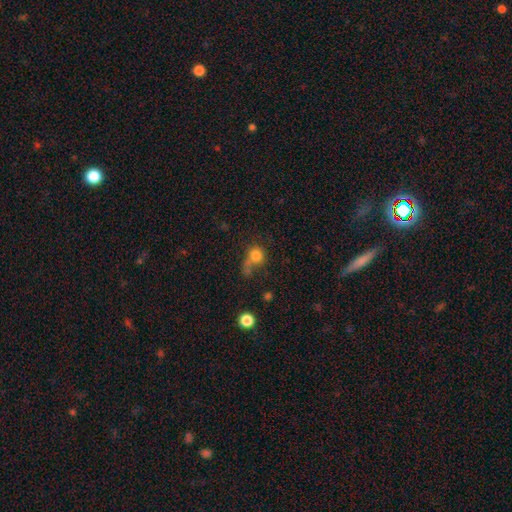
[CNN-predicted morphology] Smooth or featured: smooth — 76% (featured or disk — 13%)
How rounded: round — 77% (in between — 22%)
Merging: none — 32% (major disturbance — 29%)